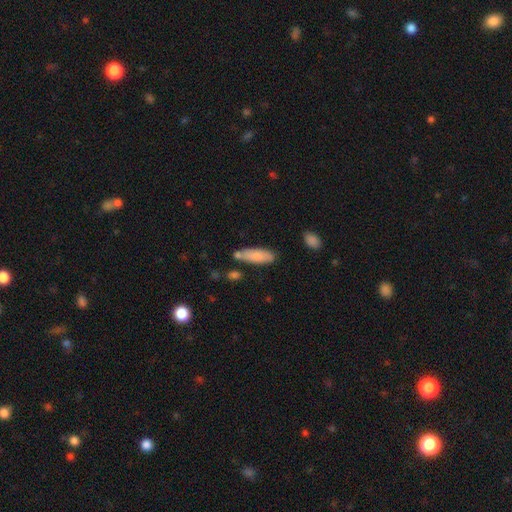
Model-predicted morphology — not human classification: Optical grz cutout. It shows a smooth galaxy with no disk features (82%) that is in between round and cigar-shaped (56%). Merging: none (68%).